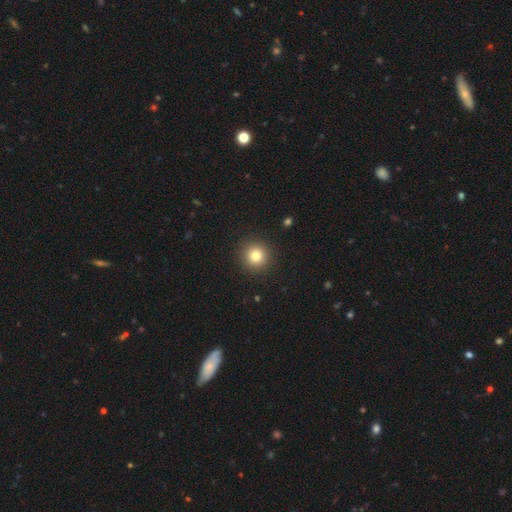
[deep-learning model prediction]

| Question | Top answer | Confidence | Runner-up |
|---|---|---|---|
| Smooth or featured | smooth | 81% | star or artifact (12%) |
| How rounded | round | 95% | in between (4%) |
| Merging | none | 92% | minor disturbance (5%) |